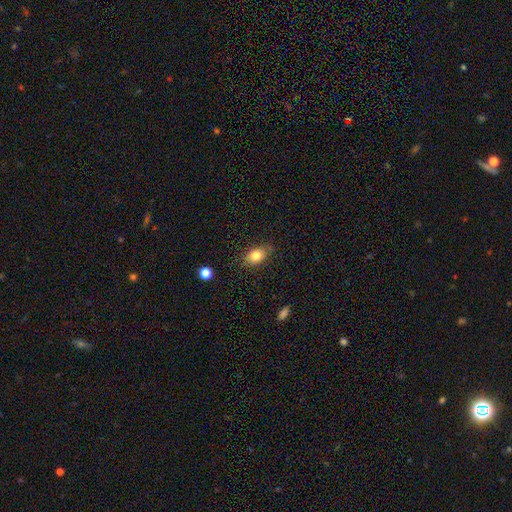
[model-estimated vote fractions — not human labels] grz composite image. It shows a smooth galaxy with no disk features (81%) that is in between round and cigar-shaped (78%). Merging: none (81%).